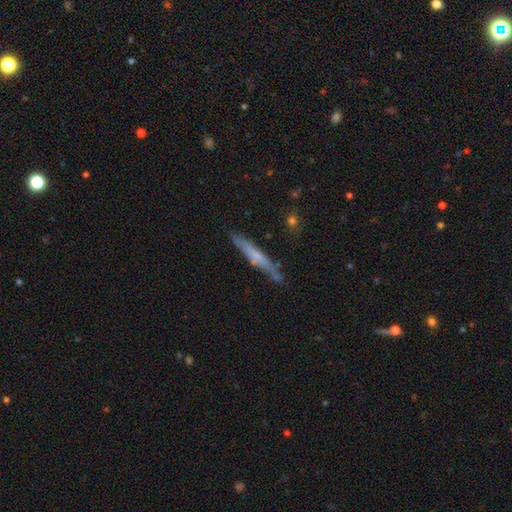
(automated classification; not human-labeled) This is possibly a featured or disk galaxy (49%). Merging: likely none (75%).